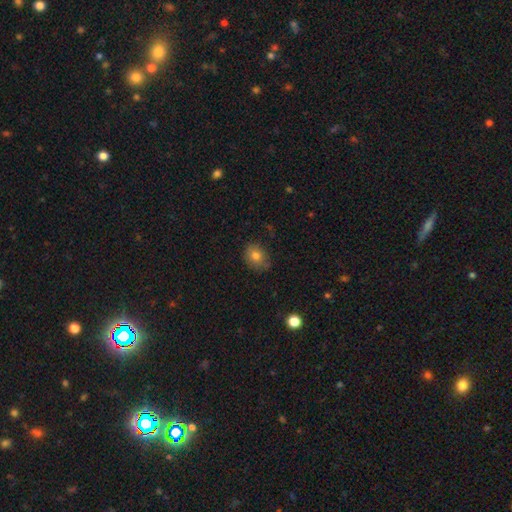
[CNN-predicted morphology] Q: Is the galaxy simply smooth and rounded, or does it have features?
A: smooth — 78%.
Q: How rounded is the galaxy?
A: in between — 50%.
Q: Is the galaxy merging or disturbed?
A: none — 77%.